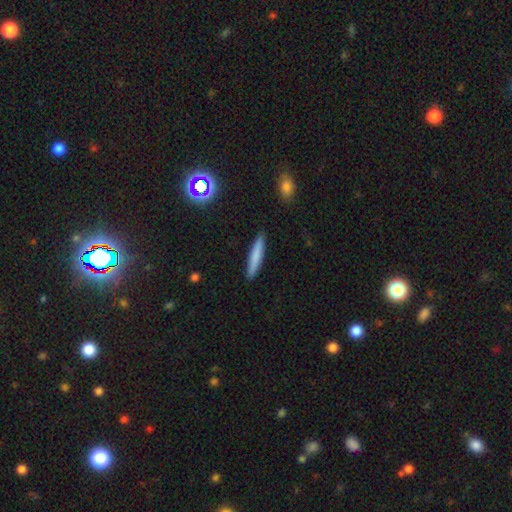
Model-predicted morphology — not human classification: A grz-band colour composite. It shows a smooth galaxy with no disk features (76%) that is cigar-shaped (92%). Merging: none (91%).